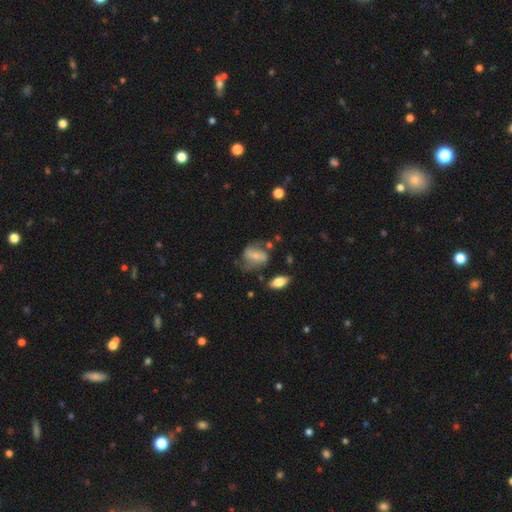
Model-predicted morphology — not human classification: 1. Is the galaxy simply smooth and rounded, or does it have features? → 48% smooth, 43% featured or disk, 9% star or artifact.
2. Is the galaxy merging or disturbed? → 46% none, 28% minor disturbance, 19% major disturbance, 6% merger.